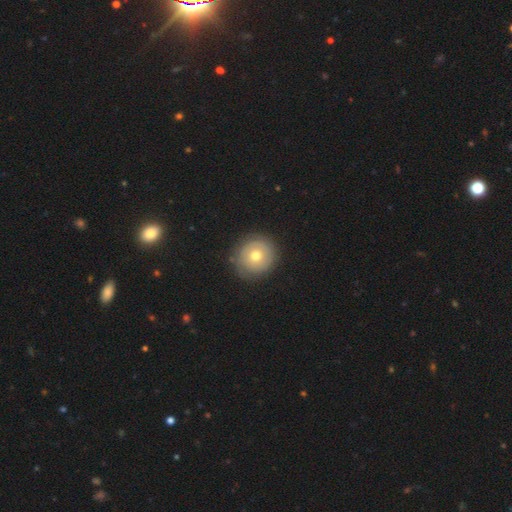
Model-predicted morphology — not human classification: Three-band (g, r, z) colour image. It shows a smooth galaxy with no disk features (59%) that is round (92%). Merging: none (83%).